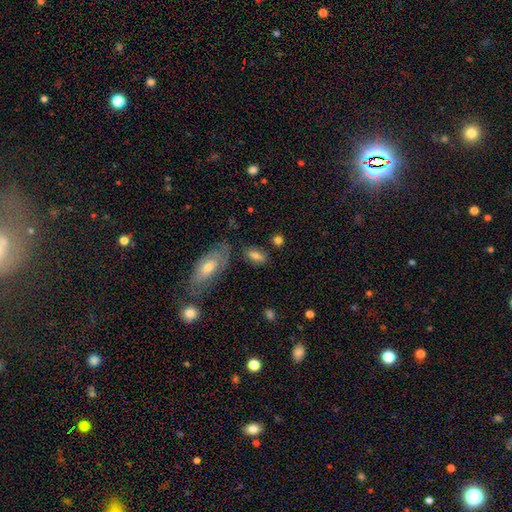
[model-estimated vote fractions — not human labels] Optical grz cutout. It shows a smooth galaxy with no disk features (74%) that is in between round and cigar-shaped (80%). Merging: none (74%).